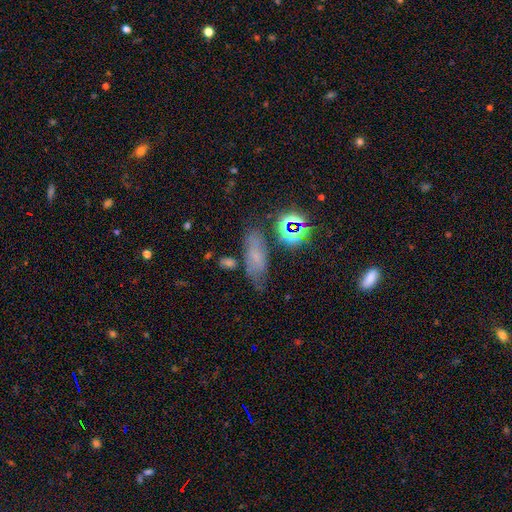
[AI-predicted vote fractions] Smooth or featured?
  - smooth: 57% *
  - featured or disk: 24%
  - star or artifact: 19%
How rounded?
  - in between: 81% *
  - cigar-shaped: 14%
  - round: 5%
Merging?
  - none: 57% *
  - minor disturbance: 25%
  - major disturbance: 11%
  - merger: 6%